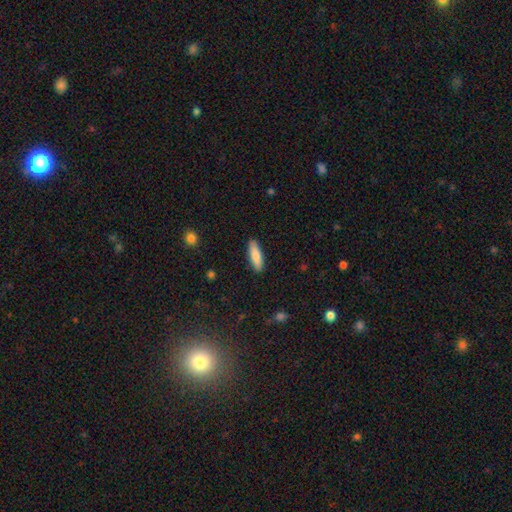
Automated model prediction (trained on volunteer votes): The model was most divided on "how rounded": cigar-shaped: 59%, in between: 39%, round: 2%. More confident: merging — none (89%); smooth or featured — smooth (83%).